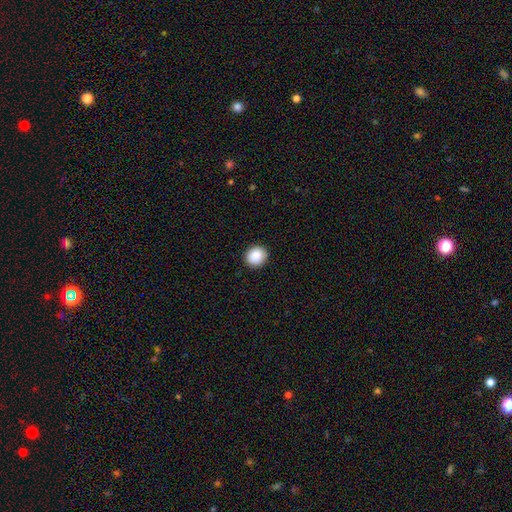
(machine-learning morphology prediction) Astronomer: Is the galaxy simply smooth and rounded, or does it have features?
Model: smooth — 89%.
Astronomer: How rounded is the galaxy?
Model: round — 85%.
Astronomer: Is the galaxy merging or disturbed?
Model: none — 92%.